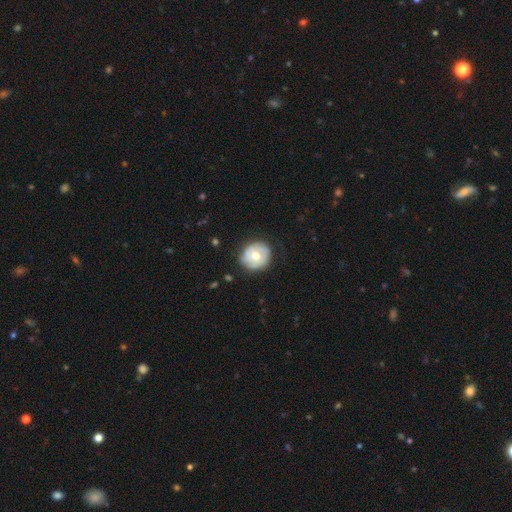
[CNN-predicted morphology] Smooth or featured? featured or disk (55%)
Edge-on disk? no (97%)
Bar? no (70%)
Spiral arms? yes (54%)
Bulge size? moderate (78%)
Merging? none (75%)